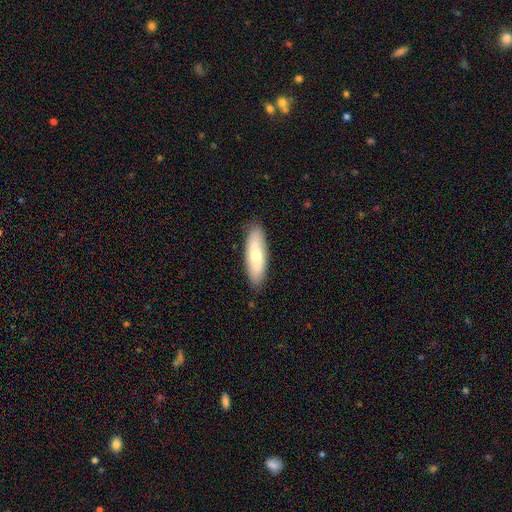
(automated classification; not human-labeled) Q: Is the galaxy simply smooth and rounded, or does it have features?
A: smooth — 59%.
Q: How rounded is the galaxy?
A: in between — 52%.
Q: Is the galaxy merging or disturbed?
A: none — 88%.